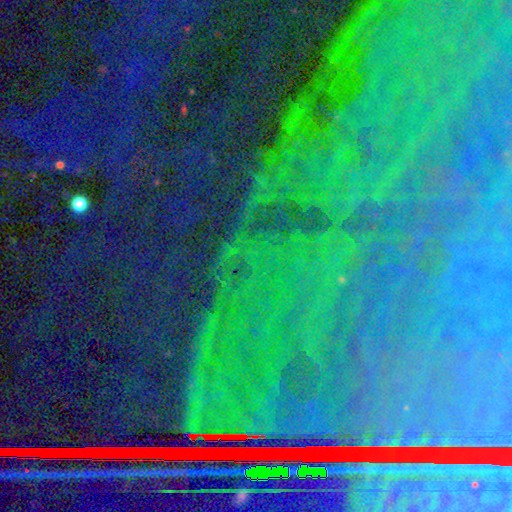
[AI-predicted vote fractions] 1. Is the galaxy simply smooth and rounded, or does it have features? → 85% star or artifact, 8% featured or disk, 7% smooth.